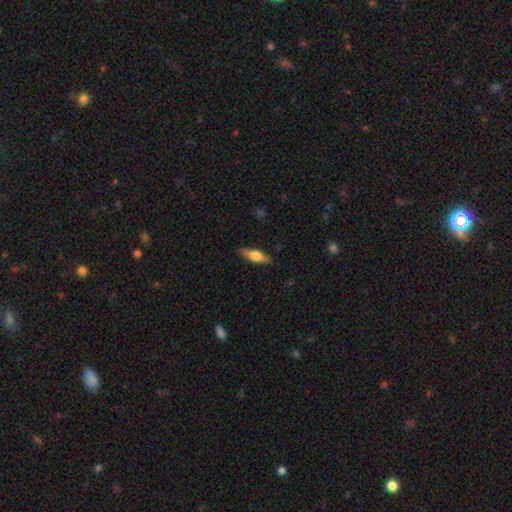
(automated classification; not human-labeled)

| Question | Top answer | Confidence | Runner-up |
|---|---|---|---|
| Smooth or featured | smooth | 60% | featured or disk (34%) |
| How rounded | in between | 57% | cigar-shaped (40%) |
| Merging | none | 84% | minor disturbance (12%) |